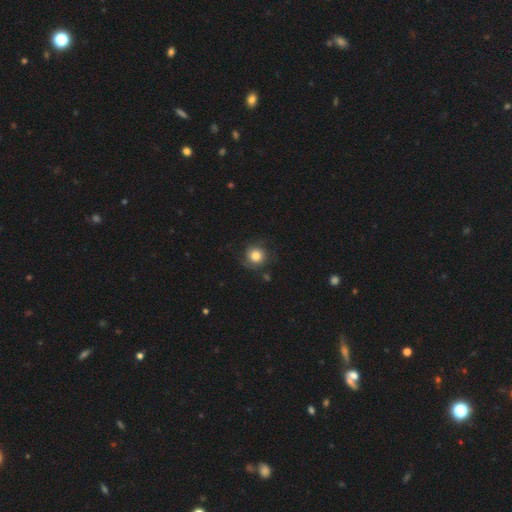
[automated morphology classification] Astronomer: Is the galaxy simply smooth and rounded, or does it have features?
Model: smooth — 65%.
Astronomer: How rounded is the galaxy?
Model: round — 90%.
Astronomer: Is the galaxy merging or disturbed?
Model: none — 70%.